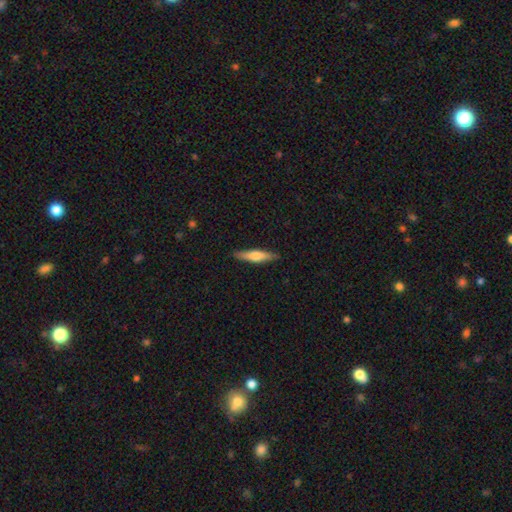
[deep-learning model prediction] Smooth or featured: smooth — 53% (featured or disk — 41%)
How rounded: cigar-shaped — 82% (in between — 16%)
Merging: none — 89% (minor disturbance — 8%)